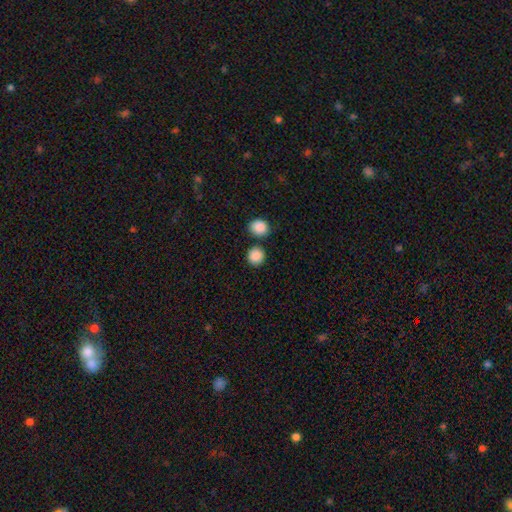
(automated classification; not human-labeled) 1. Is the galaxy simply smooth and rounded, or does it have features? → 88% smooth, 9% star or artifact, 3% featured or disk.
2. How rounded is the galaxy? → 91% round, 8% in between, 1% cigar-shaped.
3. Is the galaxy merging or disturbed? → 79% none, 11% merger, 8% minor disturbance, 3% major disturbance.